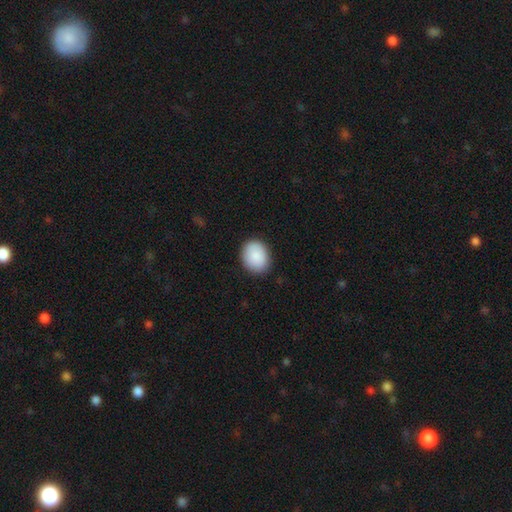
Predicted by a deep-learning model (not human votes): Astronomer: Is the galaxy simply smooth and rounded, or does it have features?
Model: smooth — 89%.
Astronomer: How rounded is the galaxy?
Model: in between — 50% (runner-up: round, 49%).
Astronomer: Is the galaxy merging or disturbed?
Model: none — 87%.